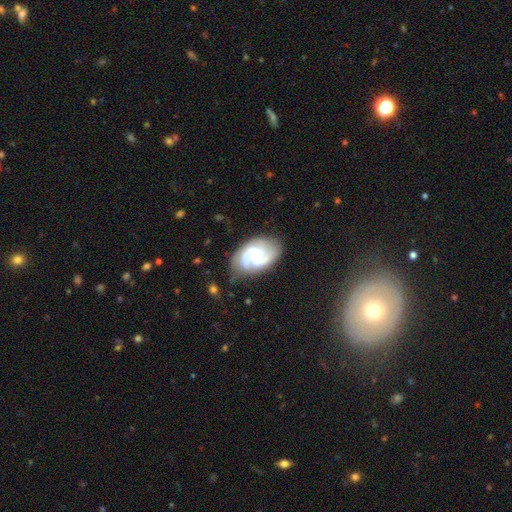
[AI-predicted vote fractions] smooth-or-featured: featured or disk: 83% | smooth: 12% | star or artifact: 5%
  disk-edge-on: no: 98% | yes: 2%
    bar: weak: 54% | no: 30% | strong: 16%
    has-spiral-arms: yes: 96% | no: 4%
      spiral-winding: medium: 50% | loose: 27% | tight: 24%
      spiral-arm-count: 2: 73% | 3: 10% | can't tell: 9% | 1: 3% | 4: 2% | more than 4: 2%
    bulge-size: small: 59% | moderate: 26% | none: 11% | large: 3% | dominant: 1%
  merging: none: 70% | minor disturbance: 20% | major disturbance: 8% | merger: 2%